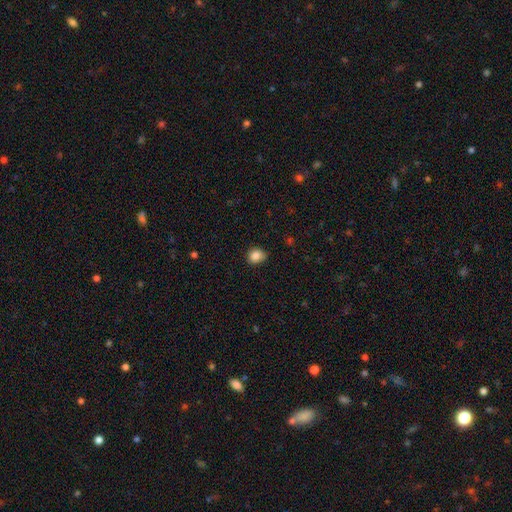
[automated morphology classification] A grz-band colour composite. It shows a smooth galaxy with no disk features (85%) that is round (70%). Merging: none (80%).